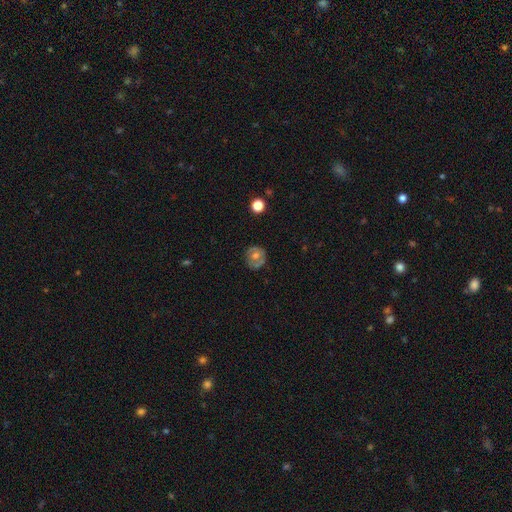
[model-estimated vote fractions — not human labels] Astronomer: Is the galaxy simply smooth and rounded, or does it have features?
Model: smooth — 49% (runner-up: featured or disk, 42%).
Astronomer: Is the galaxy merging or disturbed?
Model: none — 75%.